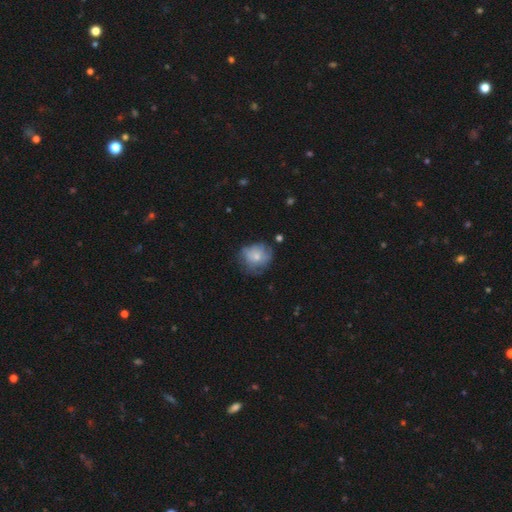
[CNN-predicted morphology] Smooth or featured? smooth (64%)
How rounded? round (76%)
Merging? none (56%)